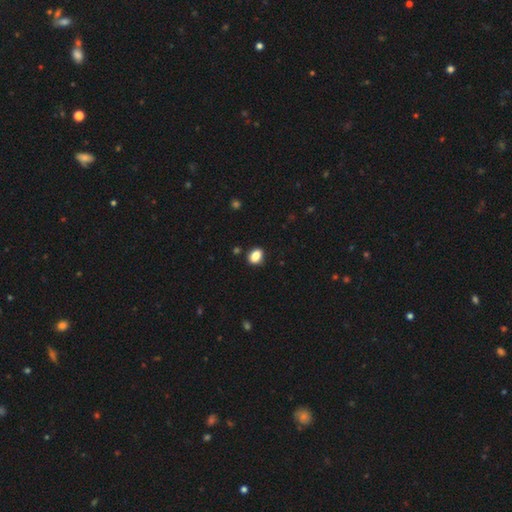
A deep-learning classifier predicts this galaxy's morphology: The model was most divided on "how rounded": in between: 71%, round: 28%, cigar-shaped: 1%. More confident: merging — none (87%); smooth or featured — smooth (86%).